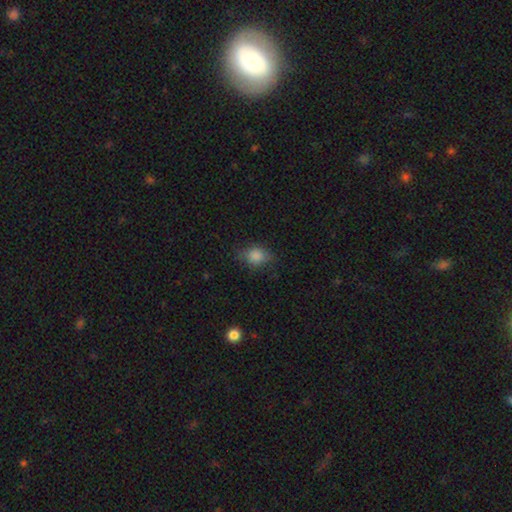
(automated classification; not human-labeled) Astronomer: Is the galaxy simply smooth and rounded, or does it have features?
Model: smooth — 83%.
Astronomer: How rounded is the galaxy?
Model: round — 49%, tied with in between at 49%.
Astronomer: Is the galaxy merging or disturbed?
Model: none — 70%.